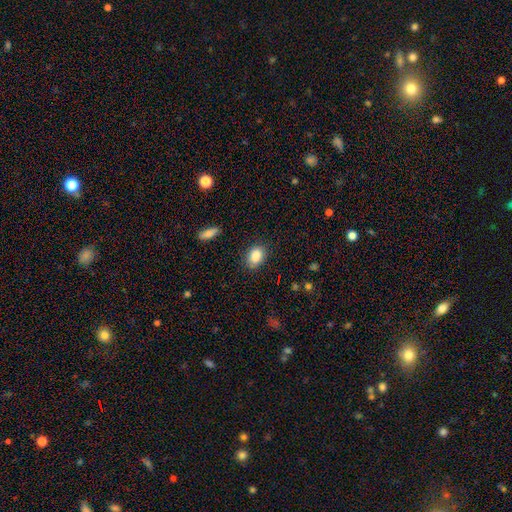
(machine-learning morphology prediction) smooth-or-featured: smooth: 87% | star or artifact: 8% | featured or disk: 5%
  how-rounded: in between: 78% | round: 20% | cigar-shaped: 1%
  merging: none: 83% | minor disturbance: 13% | major disturbance: 3% | merger: 1%